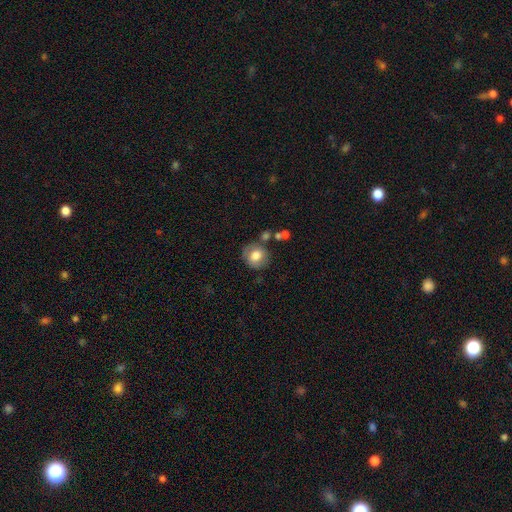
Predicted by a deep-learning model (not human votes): smooth 73%, featured or disk 19%, star or artifact 8%. Down the decision tree: how rounded — round (82%); merging — none (73%).